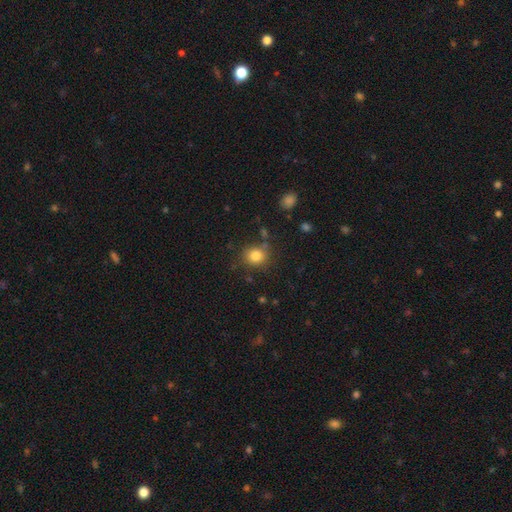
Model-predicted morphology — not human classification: smooth_or_featured: smooth (p=0.82) [alt: star or artifact p=0.12]
how_rounded: round (p=0.79) [alt: in between p=0.21]
merging: none (p=0.79) [alt: minor disturbance p=0.12]